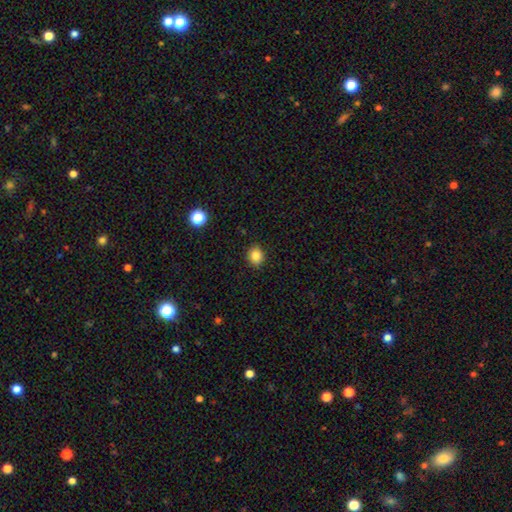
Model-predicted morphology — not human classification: Smooth or featured: smooth — 85% (star or artifact — 11%)
How rounded: round — 66% (in between — 33%)
Merging: none — 89% (minor disturbance — 8%)